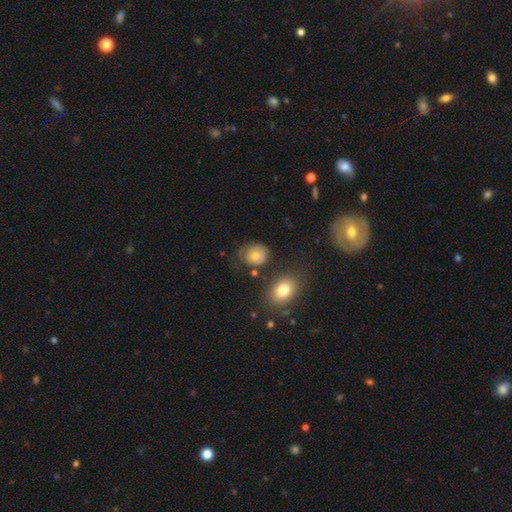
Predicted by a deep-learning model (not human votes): Smooth or featured: smooth — 62% (featured or disk — 29%)
How rounded: round — 60% (in between — 39%)
Merging: none — 56% (minor disturbance — 27%)